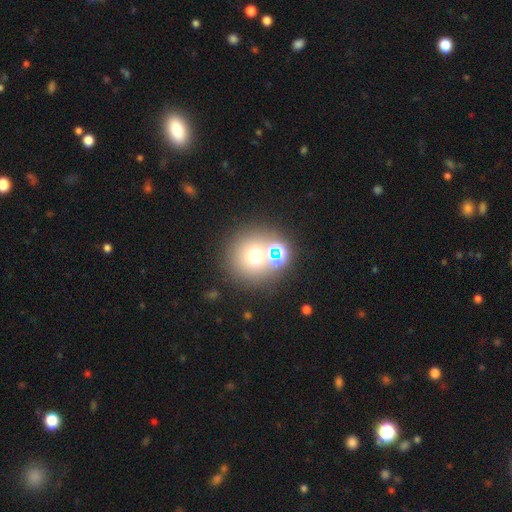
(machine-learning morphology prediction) This appears to be a smooth galaxy with no disk features (61%) that is round (92%). Merging: none (67%).